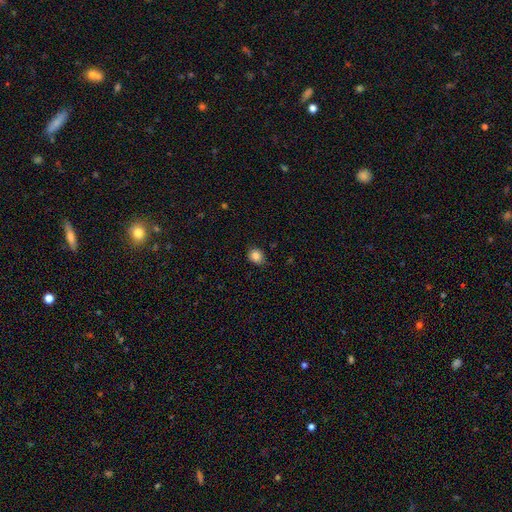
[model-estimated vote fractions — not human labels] smooth_or_featured: smooth (p=0.85) [alt: star or artifact p=0.10]
how_rounded: round (p=0.65) [alt: in between p=0.35]
merging: none (p=0.80) [alt: minor disturbance p=0.16]